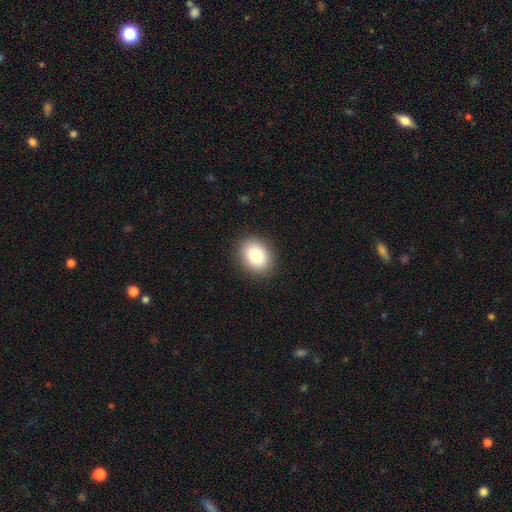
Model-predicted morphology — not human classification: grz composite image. It shows a smooth galaxy with no disk features (84%) that is in between round and cigar-shaped (59%). Merging: none (89%).